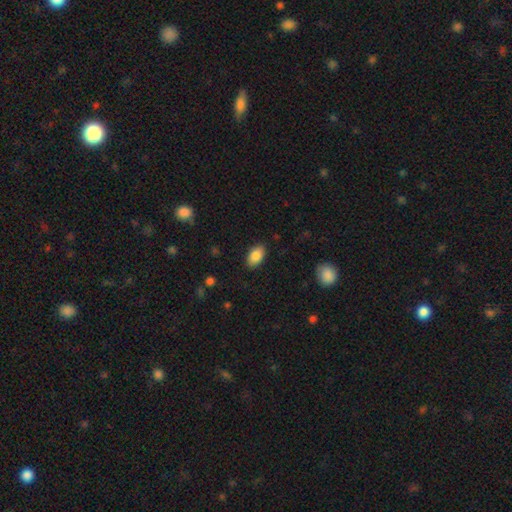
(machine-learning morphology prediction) smooth 87%, star or artifact 7%, featured or disk 6%. Down the decision tree: how rounded — in between (92%); merging — none (87%).